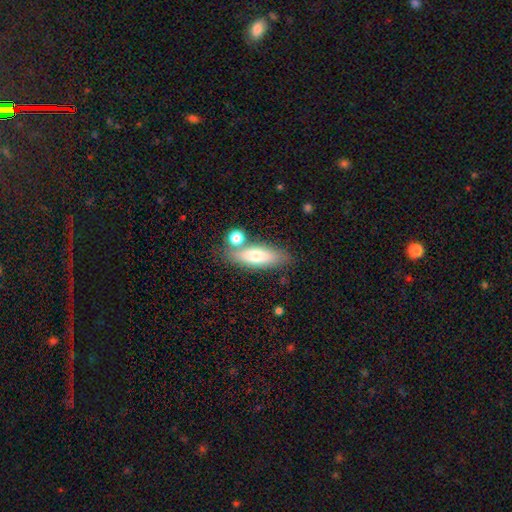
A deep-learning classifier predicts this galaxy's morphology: Q: Smooth or featured?
A: smooth (72%); runner-up: featured or disk (21%)
Q: How rounded?
A: in between (57%); runner-up: cigar-shaped (40%)
Q: Merging?
A: none (67%); runner-up: merger (15%)